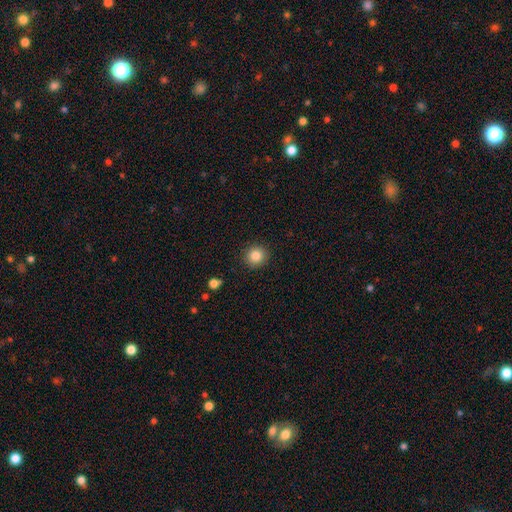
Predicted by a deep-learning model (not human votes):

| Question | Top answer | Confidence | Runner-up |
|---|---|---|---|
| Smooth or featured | smooth | 85% | star or artifact (10%) |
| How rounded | round | 92% | in between (7%) |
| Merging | none | 91% | minor disturbance (6%) |